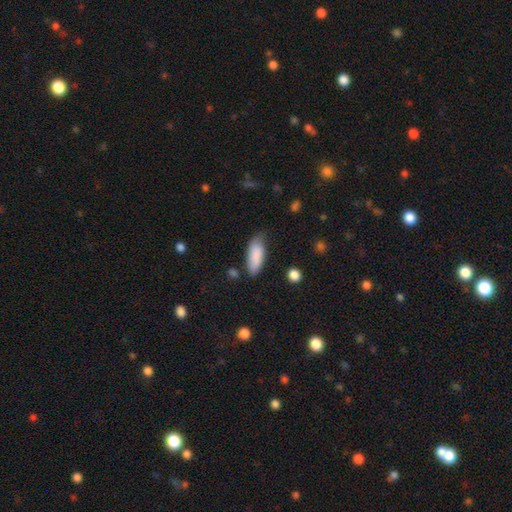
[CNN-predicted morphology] This appears to be a smooth galaxy with no disk features (87%) that is in between round and cigar-shaped (75%). Merging: none (67%).